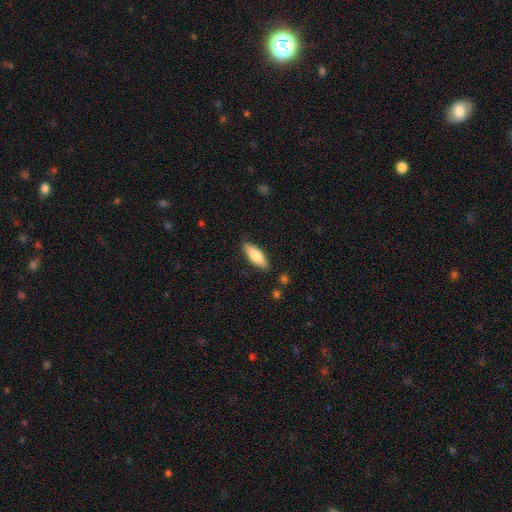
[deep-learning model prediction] Smooth or featured: smooth — 73% (featured or disk — 21%)
How rounded: in between — 59% (cigar-shaped — 39%)
Merging: none — 85% (minor disturbance — 11%)